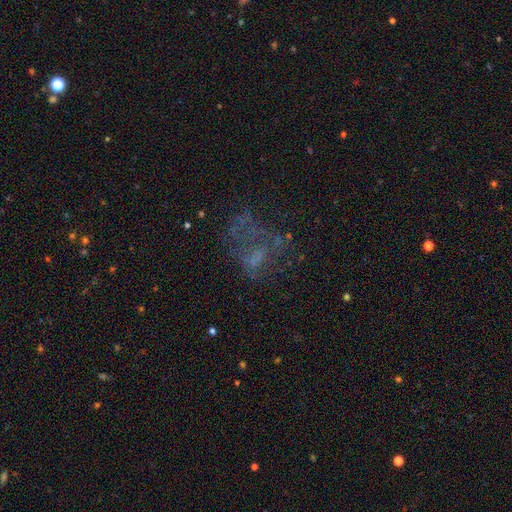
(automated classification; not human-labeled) This is marginally a featured or disk galaxy (44%). Merging: marginally major disturbance (40%).